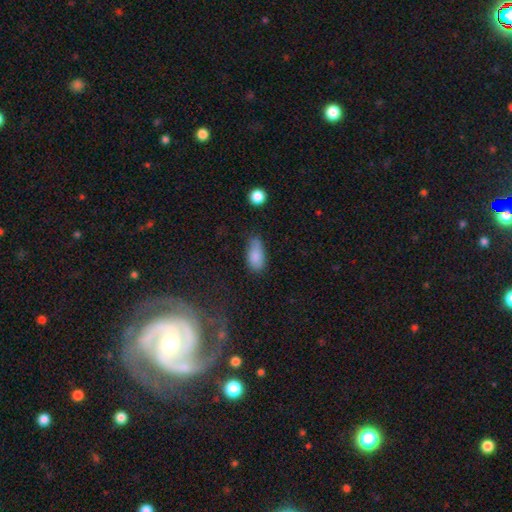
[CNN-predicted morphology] This appears to be a smooth galaxy with no disk features (84%) that is in between round and cigar-shaped (90%). Merging: none (48%).